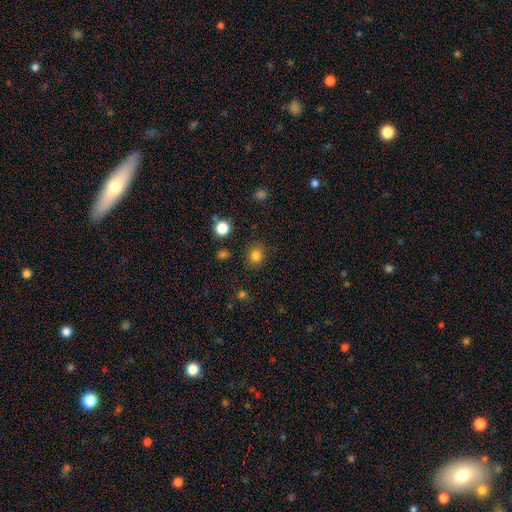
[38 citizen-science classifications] Smooth or featured: smooth — 89% (star or artifact — 8%)
How rounded: round — 74% (in between — 26%)
Merging: none — 83% (minor disturbance — 9%)